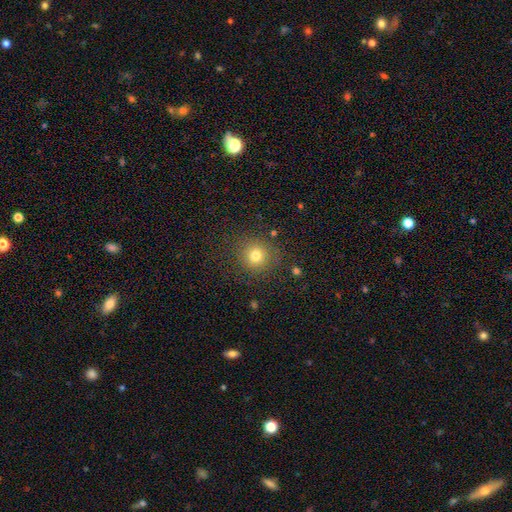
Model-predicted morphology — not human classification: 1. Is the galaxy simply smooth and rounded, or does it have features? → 77% smooth, 15% star or artifact, 8% featured or disk.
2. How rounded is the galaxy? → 91% round, 8% in between, 1% cigar-shaped.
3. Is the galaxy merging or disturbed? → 86% none, 8% minor disturbance, 4% major disturbance, 2% merger.